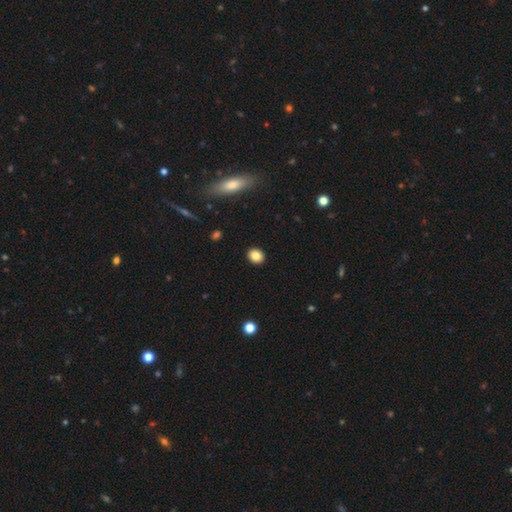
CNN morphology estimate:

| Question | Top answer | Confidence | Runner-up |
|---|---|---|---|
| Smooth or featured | smooth | 85% | star or artifact (9%) |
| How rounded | round | 68% | in between (31%) |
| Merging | none | 92% | minor disturbance (6%) |